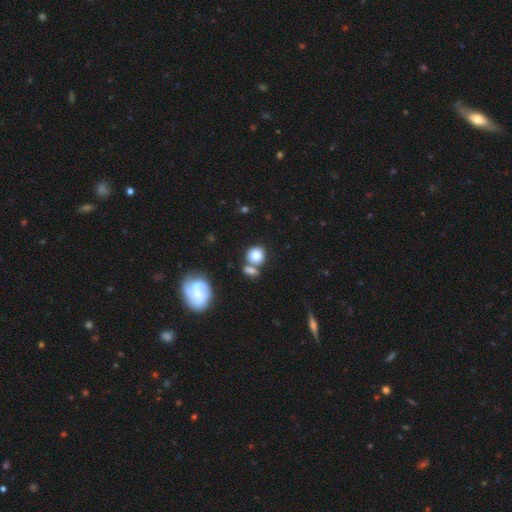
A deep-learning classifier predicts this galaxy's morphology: This is likely a smooth galaxy (77%). How rounded: clearly round (81%). Merging: possibly none (56%).